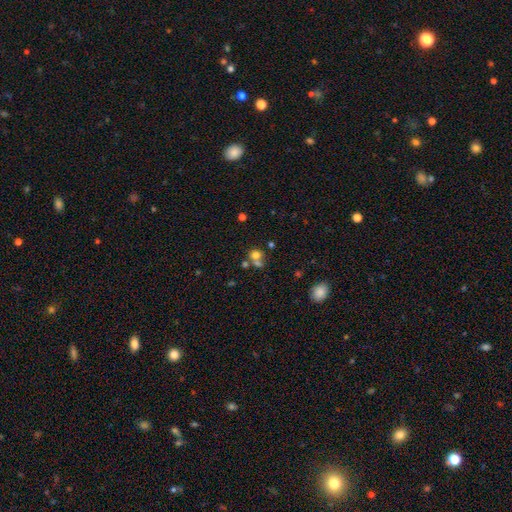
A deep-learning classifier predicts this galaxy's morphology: smooth 69%, star or artifact 17%, featured or disk 14%. Down the decision tree: how rounded — round (78%); merging — merger (46%).